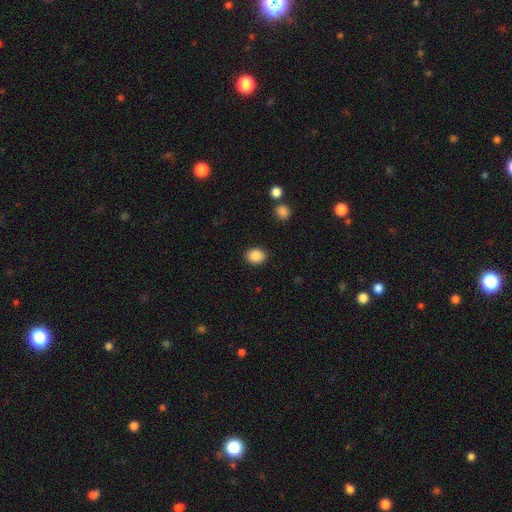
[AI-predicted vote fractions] Smooth or featured: smooth — 88% (star or artifact — 8%)
How rounded: in between — 50% (round — 49%)
Merging: none — 89% (minor disturbance — 7%)